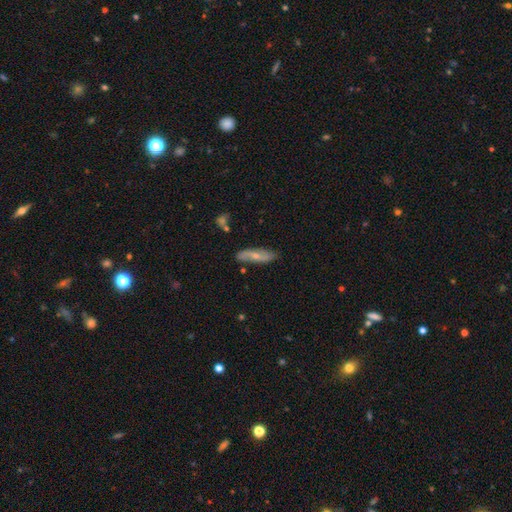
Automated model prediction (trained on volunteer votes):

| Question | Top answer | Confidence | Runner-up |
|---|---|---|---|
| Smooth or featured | featured or disk | 48% | smooth (46%) |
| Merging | none | 80% | minor disturbance (15%) |